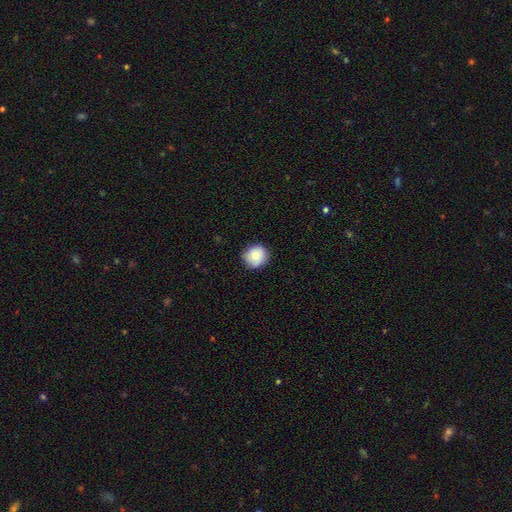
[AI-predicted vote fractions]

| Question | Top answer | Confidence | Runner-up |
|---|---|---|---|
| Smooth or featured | smooth | 83% | featured or disk (9%) |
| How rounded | round | 89% | in between (10%) |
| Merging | none | 84% | minor disturbance (13%) |